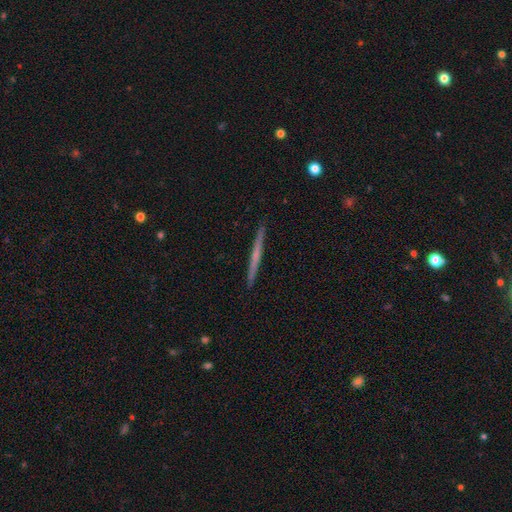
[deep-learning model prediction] A featured or disk galaxy (57%) viewed edge-on (98%) with no central bulge (74%).

Vote fractions:
- Smooth or featured? featured or disk: 57% / smooth: 37% / star or artifact: 6%
- Edge-on disk? yes: 98% / no: 2%
- Edge-on bulge? none: 74% / rounded: 20% / boxy: 5%
- Merging? none: 93% / minor disturbance: 5% / major disturbance: 1% / merger: 1%